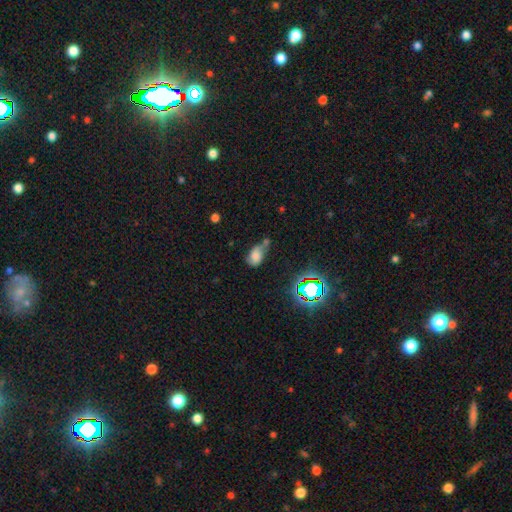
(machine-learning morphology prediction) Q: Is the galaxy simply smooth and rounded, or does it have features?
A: smooth — 63%.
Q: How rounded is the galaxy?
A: in between — 78%.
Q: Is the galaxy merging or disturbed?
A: merger — 29%.